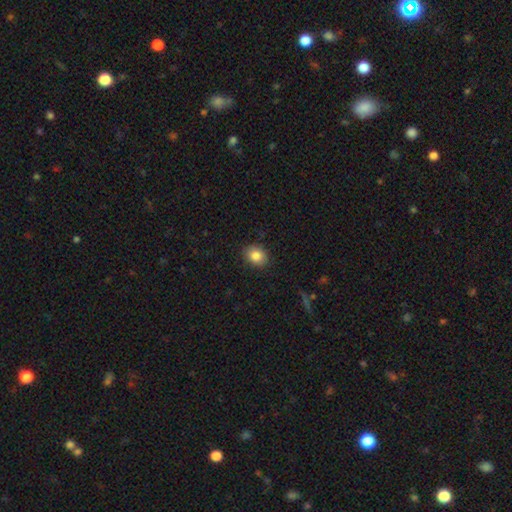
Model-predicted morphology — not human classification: This is clearly a smooth galaxy (85%). How rounded: possibly round (53%). Merging: clearly none (88%).